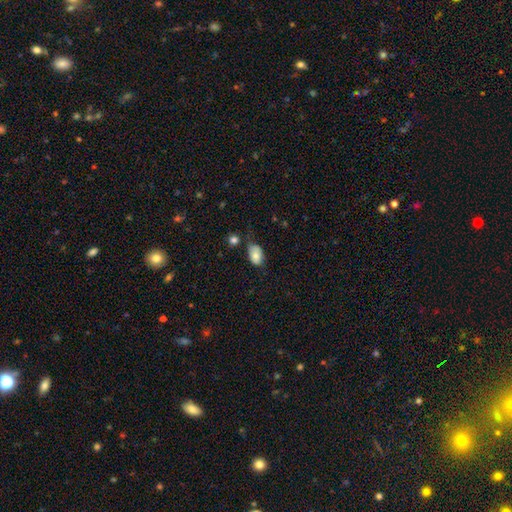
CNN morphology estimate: Smooth or featured? smooth (79%)
How rounded? in between (89%)
Merging? none (52%)